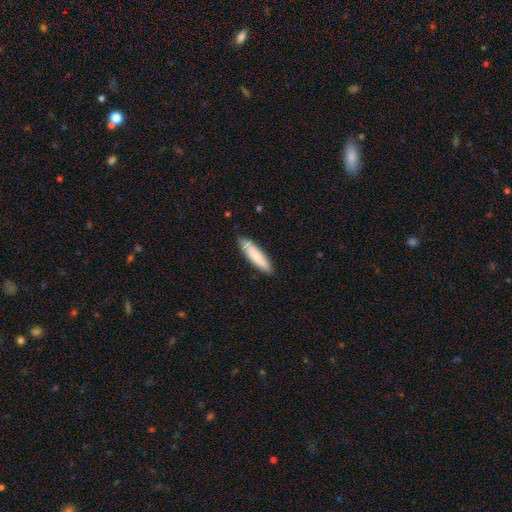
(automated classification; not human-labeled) This is likely a smooth galaxy (80%). How rounded: likely cigar-shaped (77%). Merging: clearly none (87%).